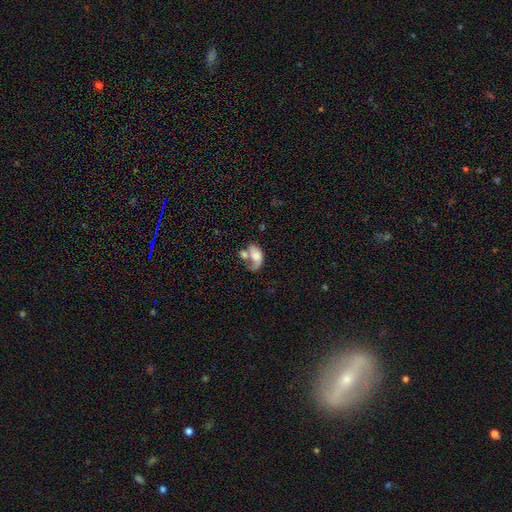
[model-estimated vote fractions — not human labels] smooth_or_featured: smooth (p=0.56) [alt: featured or disk p=0.35]
how_rounded: in between (p=0.87) [alt: round p=0.11]
merging: merger (p=0.48) [alt: major disturbance p=0.25]